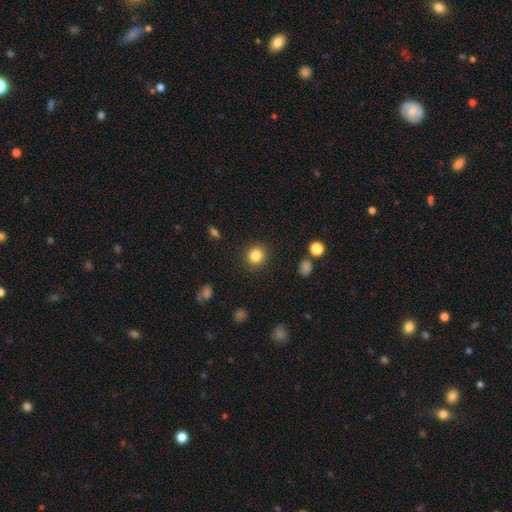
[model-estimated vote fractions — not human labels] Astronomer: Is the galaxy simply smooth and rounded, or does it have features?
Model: smooth — 84%.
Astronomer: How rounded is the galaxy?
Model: round — 87%.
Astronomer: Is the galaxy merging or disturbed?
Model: none — 90%.